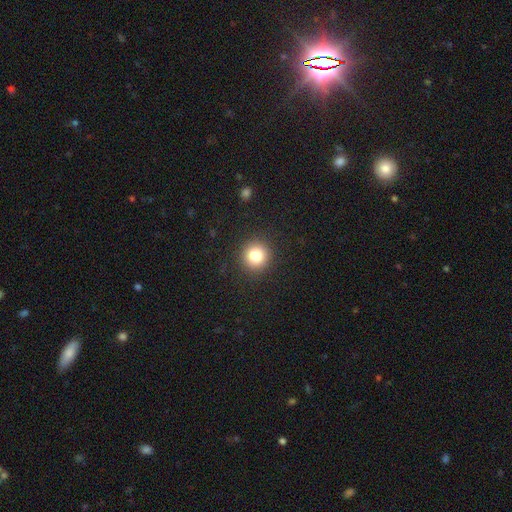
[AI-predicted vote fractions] Smooth or featured? Predicted: smooth (p=0.82). How rounded? Predicted: round (p=0.94). Merging? Predicted: none (p=0.91).